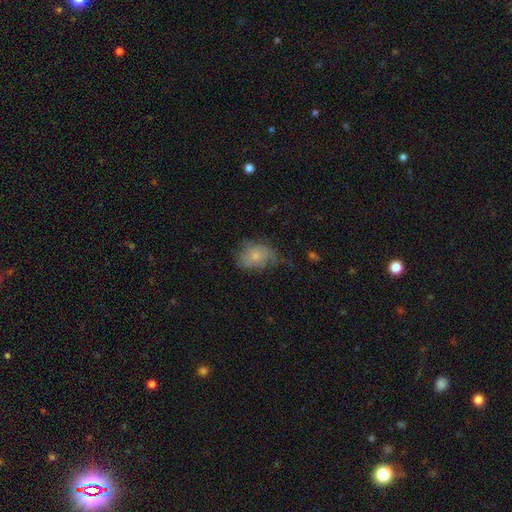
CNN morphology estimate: A smooth galaxy with no disk features (59%) that is in between round and cigar-shaped (65%).

Vote fractions:
- Smooth or featured? smooth: 59% / featured or disk: 32% / star or artifact: 8%
- How rounded? in between: 65% / round: 33% / cigar-shaped: 1%
- Merging? none: 48% / minor disturbance: 34% / major disturbance: 16% / merger: 2%